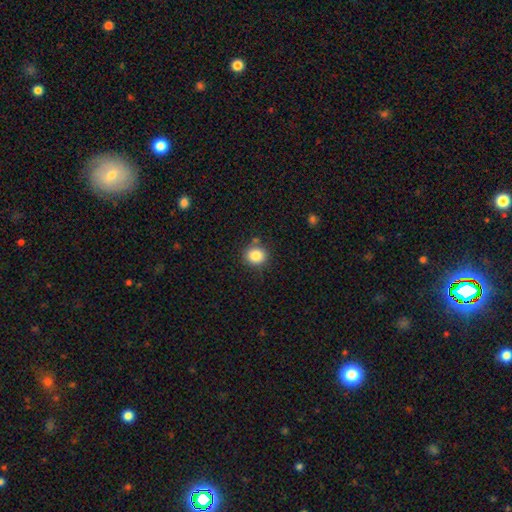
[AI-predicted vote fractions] This is clearly a smooth galaxy (84%). How rounded: clearly round (82%). Merging: clearly none (81%).